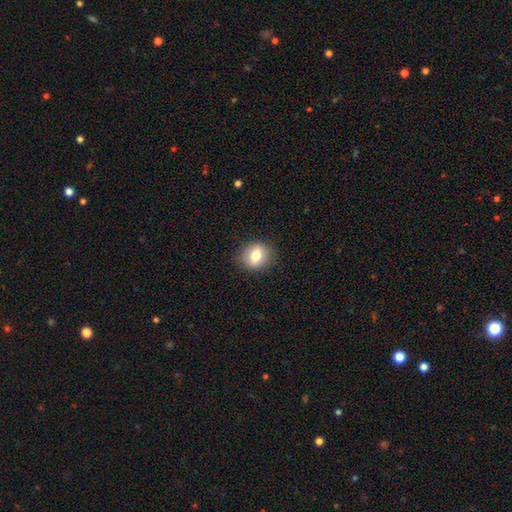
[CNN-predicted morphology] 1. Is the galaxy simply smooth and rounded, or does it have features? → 76% smooth, 14% featured or disk, 9% star or artifact.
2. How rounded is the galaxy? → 63% round, 36% in between, 1% cigar-shaped.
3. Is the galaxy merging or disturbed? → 87% none, 10% minor disturbance, 3% major disturbance, 1% merger.